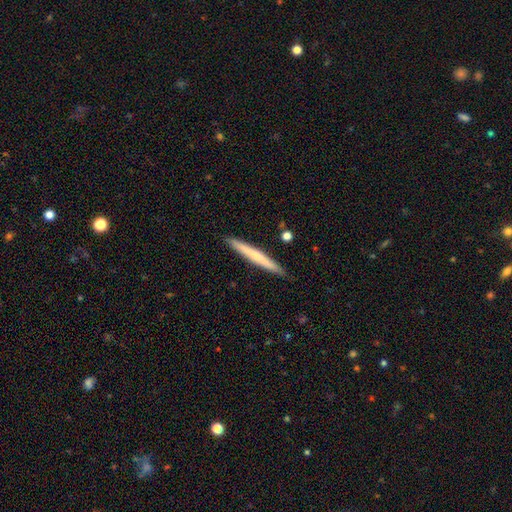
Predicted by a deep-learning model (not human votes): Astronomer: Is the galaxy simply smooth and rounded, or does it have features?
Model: smooth — 59% (runner-up: featured or disk, 36%).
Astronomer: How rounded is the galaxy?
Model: cigar-shaped — 97%.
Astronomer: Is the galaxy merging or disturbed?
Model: none — 91%.